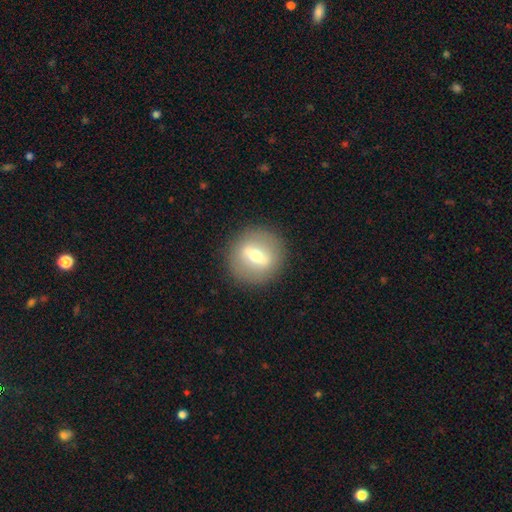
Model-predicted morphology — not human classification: smooth_or_featured: featured or disk (p=0.55) [alt: smooth p=0.37]
disk_edge_on: no (p=0.72) [alt: yes p=0.28]
merging: none (p=0.88) [alt: minor disturbance p=0.08]